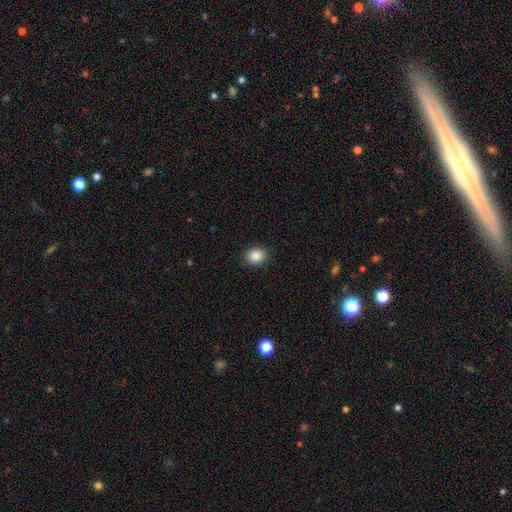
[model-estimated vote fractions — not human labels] A smooth galaxy with no disk features (86%) that is round (61%).

Vote fractions:
- Smooth or featured? smooth: 86% / star or artifact: 9% / featured or disk: 4%
- How rounded? round: 61% / in between: 38% / cigar-shaped: 1%
- Merging? none: 89% / minor disturbance: 8% / major disturbance: 2% / merger: 1%